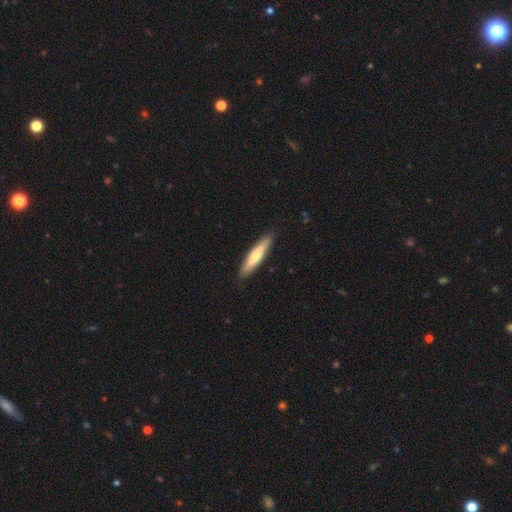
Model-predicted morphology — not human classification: smooth 57%, featured or disk 38%, star or artifact 5%. Down the decision tree: how rounded — cigar-shaped (81%); merging — none (89%).